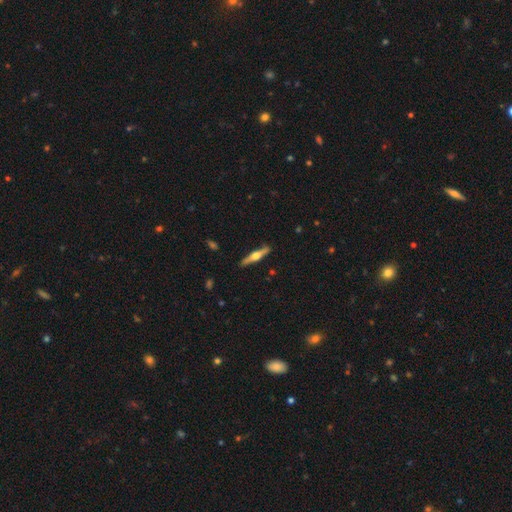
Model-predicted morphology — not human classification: type=featured or disk (69%); edge-on=yes (97%); edge-on bulge=rounded (93%); merging=none (90%).